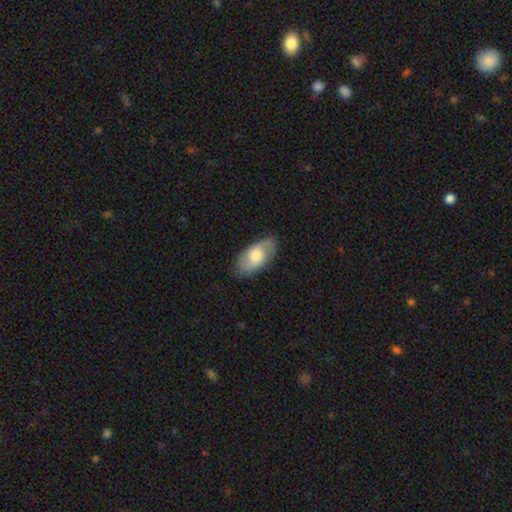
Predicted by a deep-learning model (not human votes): smooth-or-featured: smooth: 55% | featured or disk: 39% | star or artifact: 6%
  how-rounded: in between: 92% | cigar-shaped: 4% | round: 4%
  merging: none: 82% | minor disturbance: 14% | major disturbance: 3% | merger: 1%